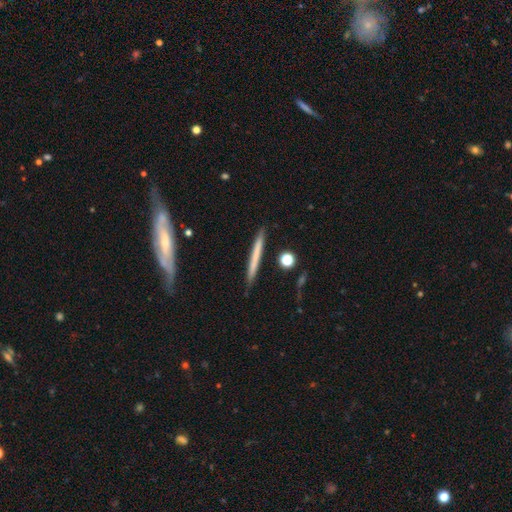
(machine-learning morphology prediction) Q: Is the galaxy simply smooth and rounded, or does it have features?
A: smooth — 56%.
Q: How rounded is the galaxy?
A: cigar-shaped — 96%.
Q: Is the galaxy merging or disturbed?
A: none — 87%.